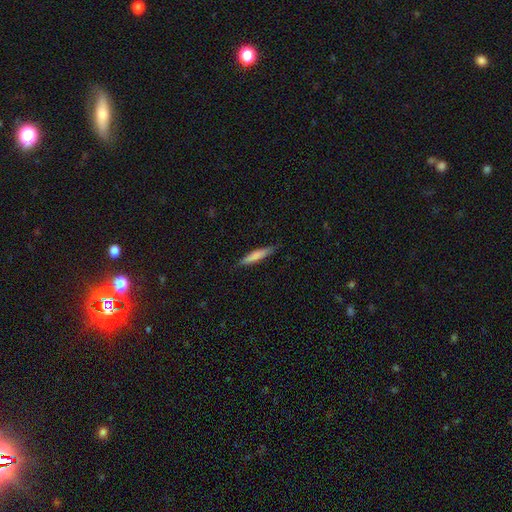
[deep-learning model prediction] Smooth or featured: smooth — 76% (featured or disk — 18%)
How rounded: cigar-shaped — 89% (in between — 9%)
Merging: none — 85% (minor disturbance — 11%)